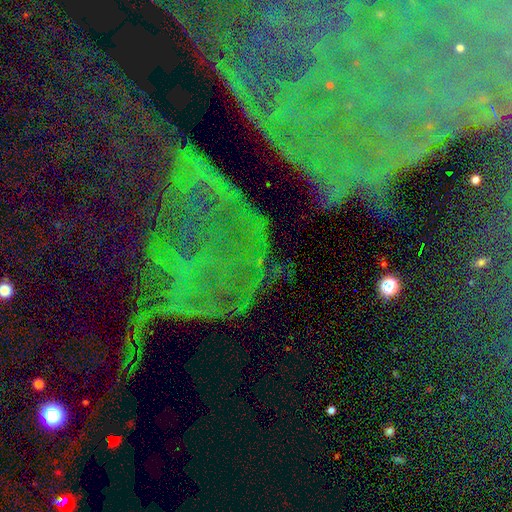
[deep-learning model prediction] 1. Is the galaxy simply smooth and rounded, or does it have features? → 76% star or artifact, 13% featured or disk, 10% smooth.